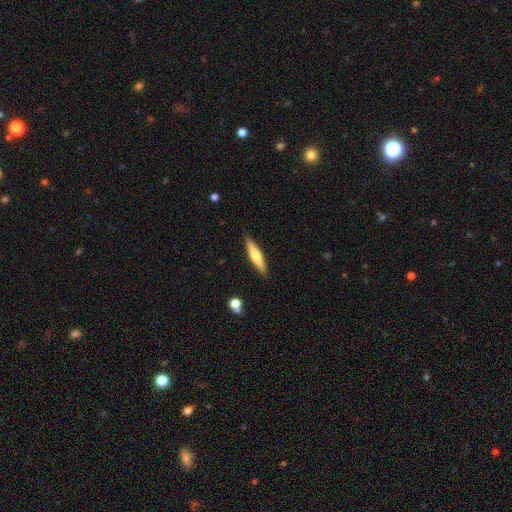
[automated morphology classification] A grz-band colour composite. It shows a smooth galaxy with no disk features (52%) that is cigar-shaped (83%). Merging: none (89%).